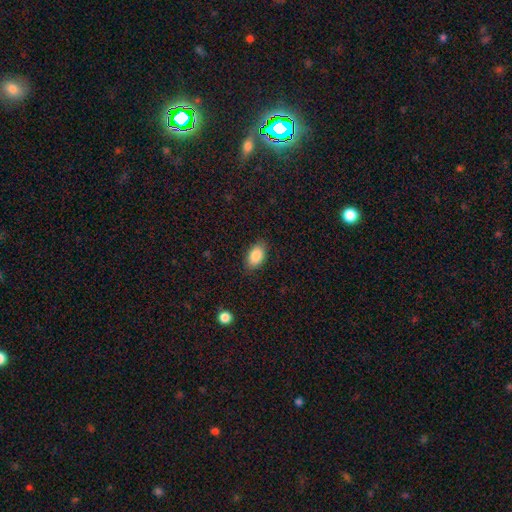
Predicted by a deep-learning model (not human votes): Overall: smooth (86%). How rounded: in between (91%). Merging: none (84%).